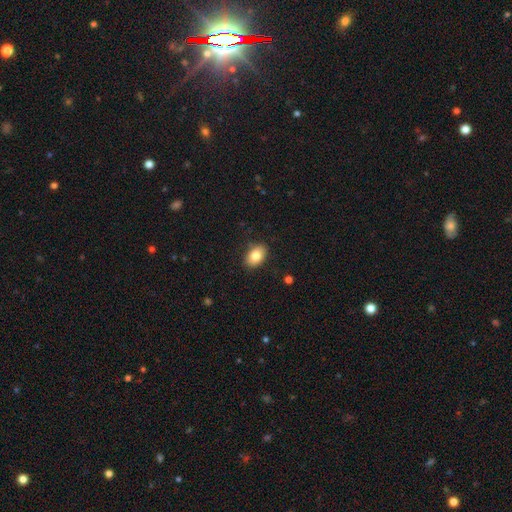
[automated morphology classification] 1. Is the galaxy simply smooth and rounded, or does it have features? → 82% smooth, 10% featured or disk, 8% star or artifact.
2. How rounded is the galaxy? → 86% in between, 13% round, 1% cigar-shaped.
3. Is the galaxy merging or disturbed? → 87% none, 10% minor disturbance, 2% major disturbance, 1% merger.